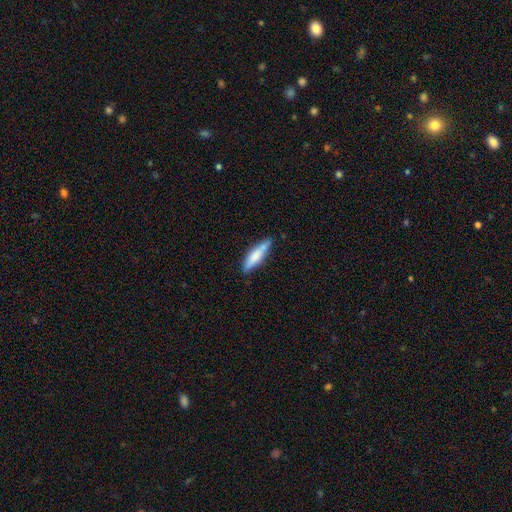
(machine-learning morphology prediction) A smooth galaxy with no disk features (72%) that is cigar-shaped (70%). Merging: none (74%).